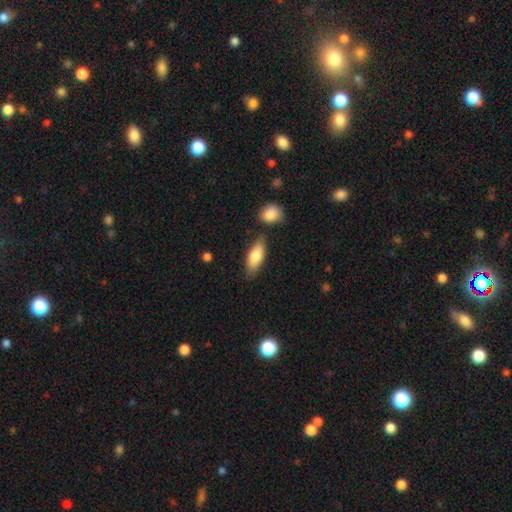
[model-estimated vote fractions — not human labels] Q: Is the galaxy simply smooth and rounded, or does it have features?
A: smooth — 79%.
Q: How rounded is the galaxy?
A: in between — 78%.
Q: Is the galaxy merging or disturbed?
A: none — 75%.